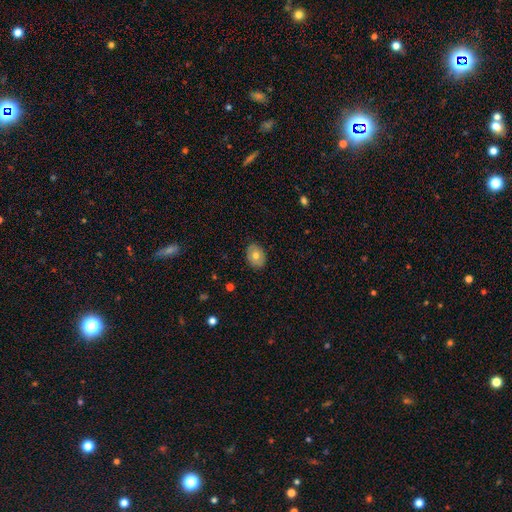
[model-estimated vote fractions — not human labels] Overall: smooth (68%). How rounded: in between (70%). Merging: none (86%).